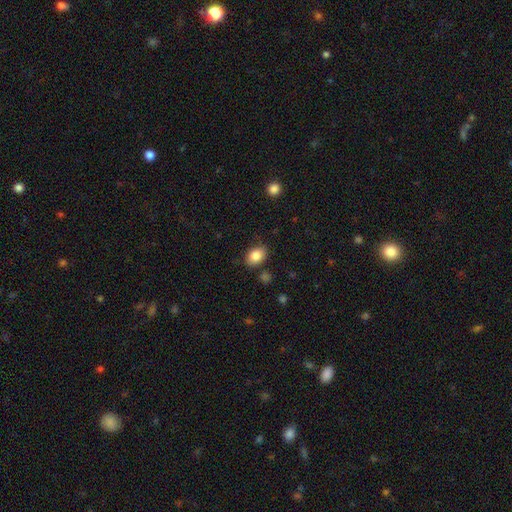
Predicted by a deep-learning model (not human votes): A smooth galaxy with no disk features (85%) that is in between round and cigar-shaped (77%).

Vote fractions:
- Smooth or featured? smooth: 85% / star or artifact: 8% / featured or disk: 7%
- How rounded? in between: 77% / round: 22% / cigar-shaped: 1%
- Merging? none: 80% / minor disturbance: 13% / major disturbance: 3% / merger: 3%